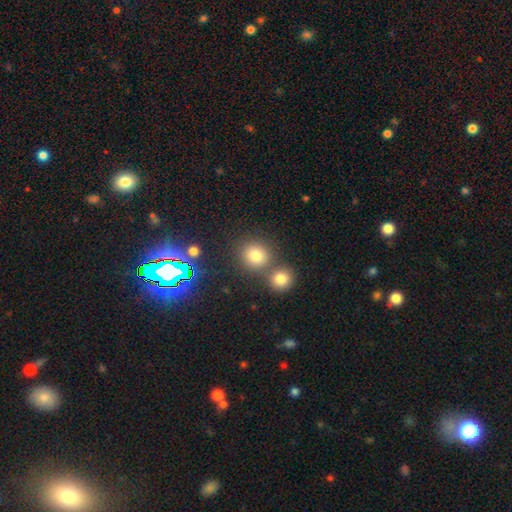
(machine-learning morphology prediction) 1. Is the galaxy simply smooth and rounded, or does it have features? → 78% smooth, 16% star or artifact, 6% featured or disk.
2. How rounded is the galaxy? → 86% round, 13% in between, 1% cigar-shaped.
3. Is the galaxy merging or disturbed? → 65% none, 24% merger, 8% minor disturbance, 3% major disturbance.